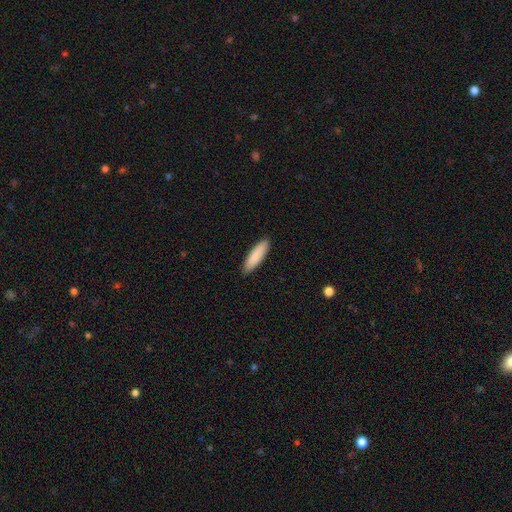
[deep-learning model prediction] smooth-or-featured: smooth: 88% | featured or disk: 7% | star or artifact: 5%
  how-rounded: cigar-shaped: 65% | in between: 34% | round: 1%
  merging: none: 90% | minor disturbance: 8% | major disturbance: 1% | merger: 1%